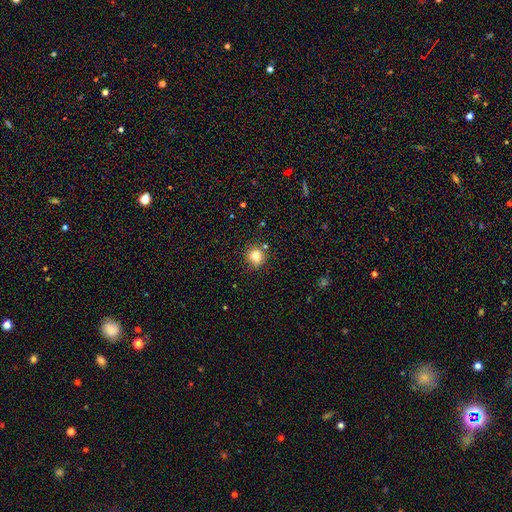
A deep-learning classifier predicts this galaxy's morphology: This appears to be a smooth galaxy with no disk features (78%) that is round (91%). Merging: none (84%).